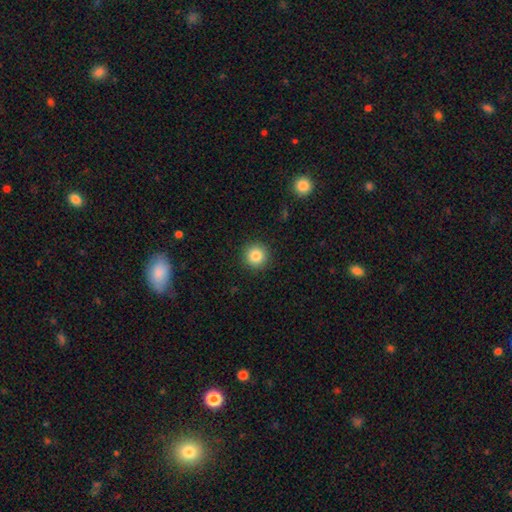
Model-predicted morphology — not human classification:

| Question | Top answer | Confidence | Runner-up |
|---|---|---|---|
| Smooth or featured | smooth | 84% | star or artifact (10%) |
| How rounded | round | 95% | in between (4%) |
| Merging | none | 92% | minor disturbance (5%) |